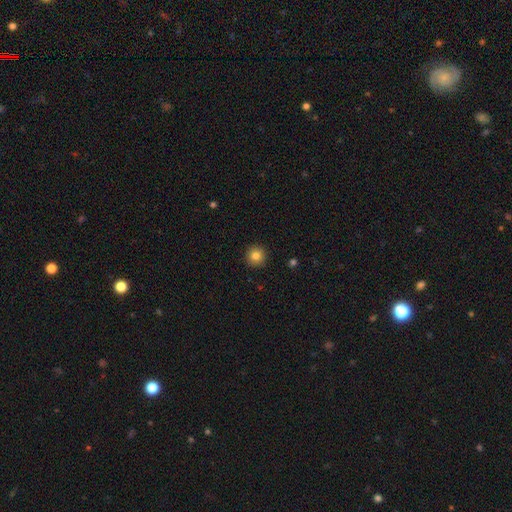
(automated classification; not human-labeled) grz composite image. It shows a smooth galaxy with no disk features (83%) that is round (95%). Merging: none (92%).